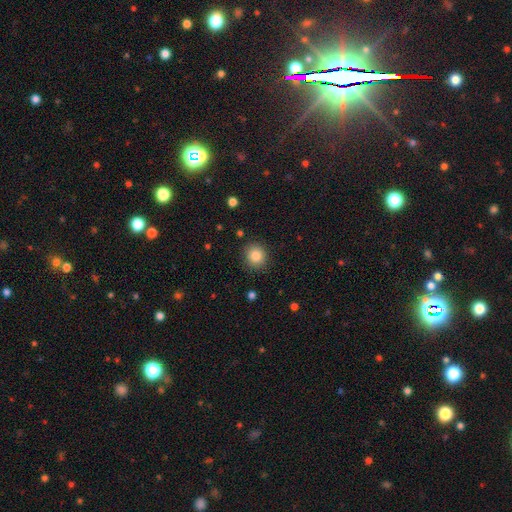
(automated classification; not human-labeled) smooth 84%, star or artifact 10%, featured or disk 6%. Down the decision tree: how rounded — round (86%); merging — none (88%).